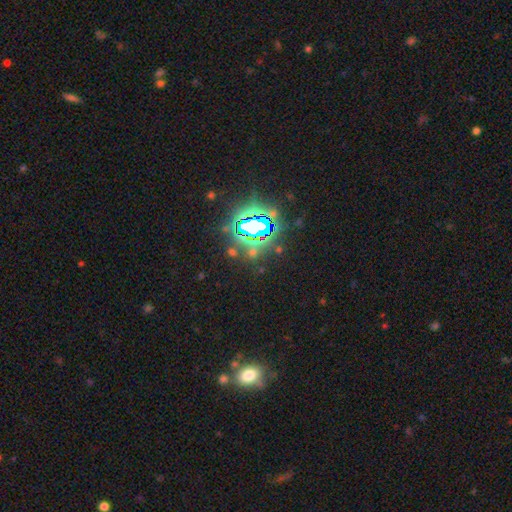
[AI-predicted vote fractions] Morphology: type=star or artifact (83%).